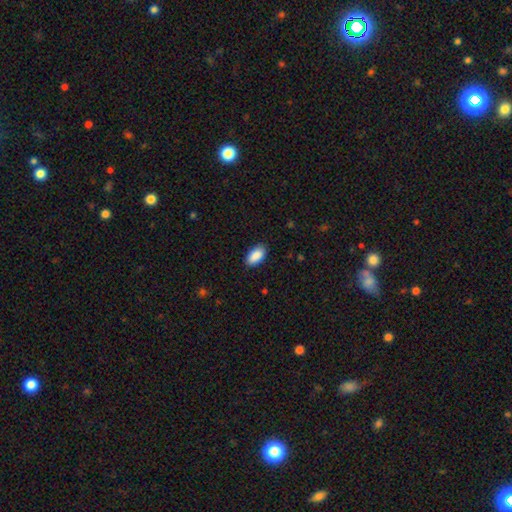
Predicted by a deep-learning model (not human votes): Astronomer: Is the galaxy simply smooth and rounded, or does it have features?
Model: smooth — 90%.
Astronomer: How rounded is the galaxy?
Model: in between — 95%.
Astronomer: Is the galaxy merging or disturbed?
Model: none — 88%.